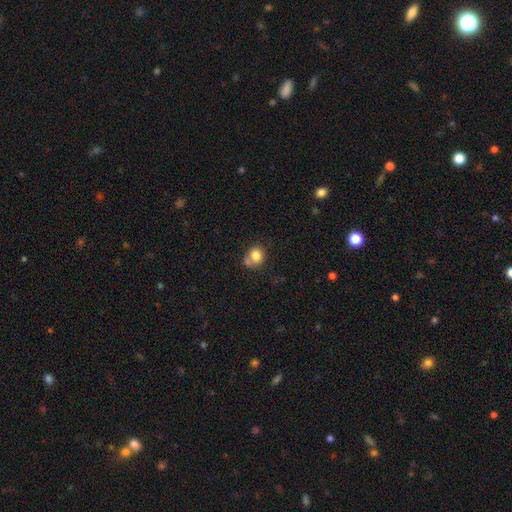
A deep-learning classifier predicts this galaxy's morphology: smooth_or_featured: smooth (p=0.80) [alt: featured or disk p=0.10]
how_rounded: round (p=0.71) [alt: in between p=0.28]
merging: none (p=0.49) [alt: merger p=0.27]